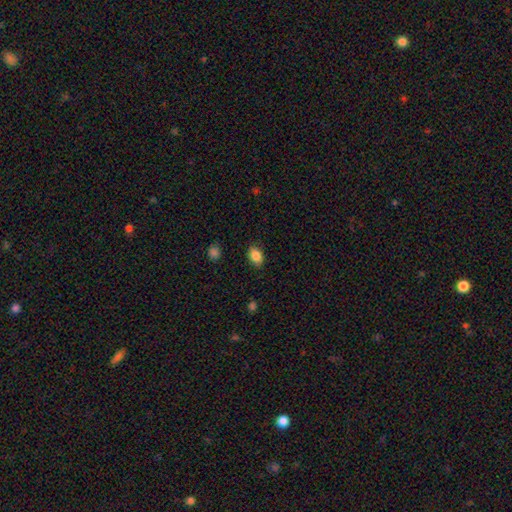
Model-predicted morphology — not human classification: A smooth galaxy with no disk features (87%) that is in between round and cigar-shaped (82%).

Vote fractions:
- Smooth or featured? smooth: 87% / star or artifact: 8% / featured or disk: 5%
- How rounded? in between: 82% / round: 16% / cigar-shaped: 1%
- Merging? none: 84% / minor disturbance: 12% / major disturbance: 3% / merger: 1%